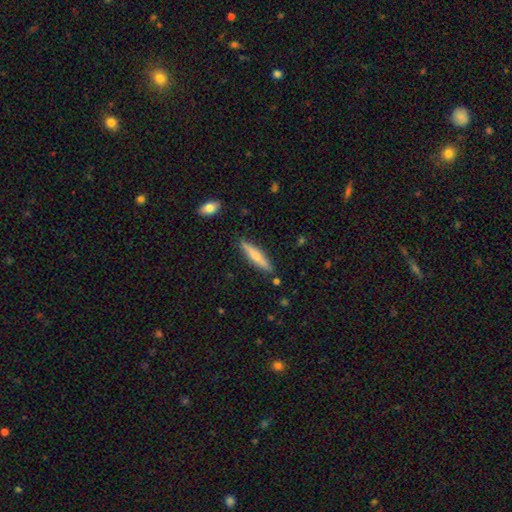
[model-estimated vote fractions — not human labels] The model was most divided on "smooth or featured": smooth: 64%, featured or disk: 30%, star or artifact: 6%. More confident: how rounded — cigar-shaped (89%); merging — none (86%).